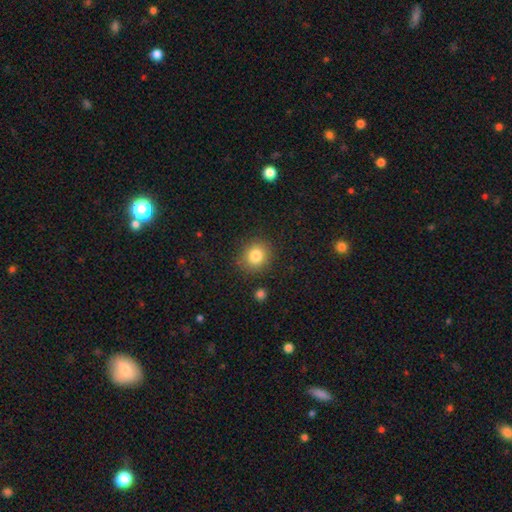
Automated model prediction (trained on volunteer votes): smooth 82%, star or artifact 11%, featured or disk 7%. Down the decision tree: how rounded — round (82%); merging — none (87%).